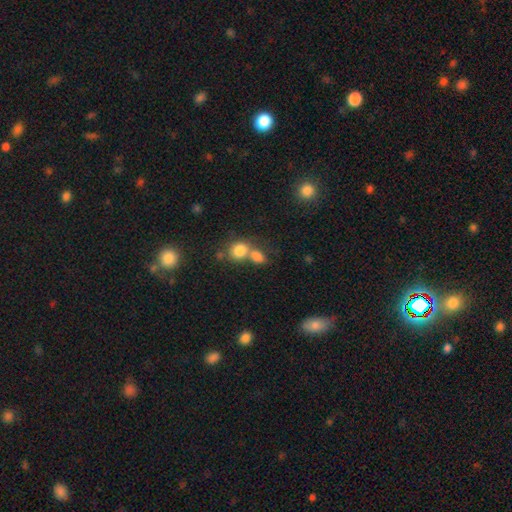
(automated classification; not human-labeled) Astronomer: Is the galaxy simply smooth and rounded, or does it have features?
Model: smooth — 78%.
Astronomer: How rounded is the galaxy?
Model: round — 61% (runner-up: in between, 37%).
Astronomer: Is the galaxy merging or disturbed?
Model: merger — 50% (runner-up: none, 38%).